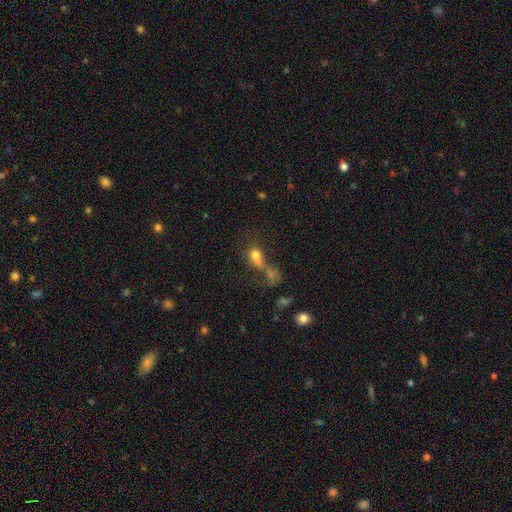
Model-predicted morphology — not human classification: Smooth or featured? Predicted: smooth (p=0.68). How rounded? Predicted: round (p=0.51). Merging? Predicted: merger (p=0.51).